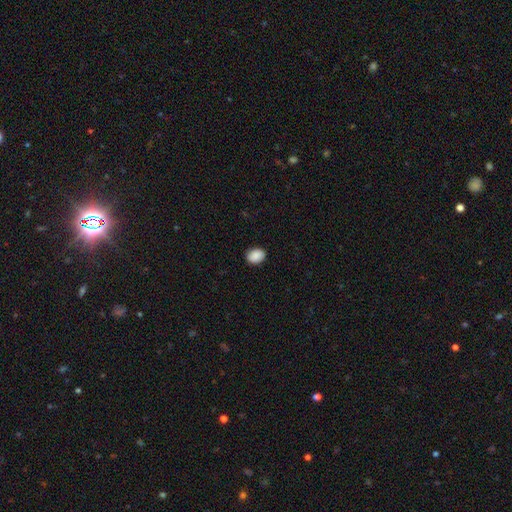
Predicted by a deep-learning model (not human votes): Morphology: type=smooth (90%); roundness=in between (67%); merging=none (89%).